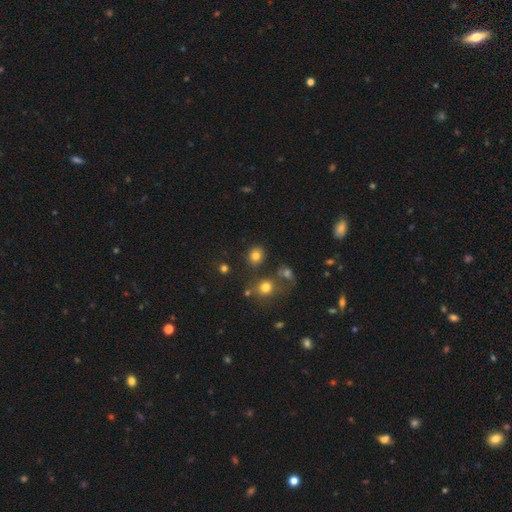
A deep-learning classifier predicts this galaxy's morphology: smooth 79%, star or artifact 14%, featured or disk 7%. Down the decision tree: how rounded — round (78%); merging — none (81%).